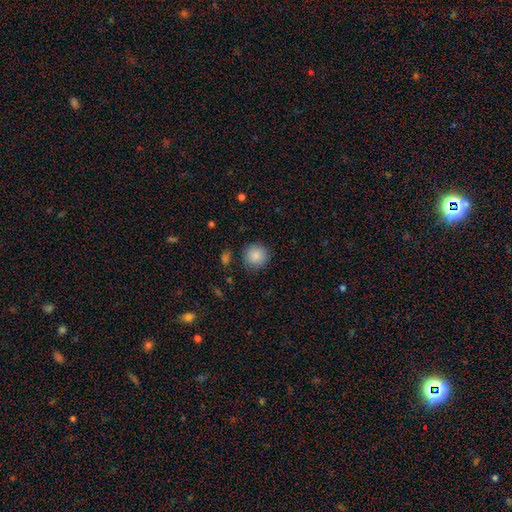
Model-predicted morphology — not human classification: smooth-or-featured: smooth: 88% | star or artifact: 8% | featured or disk: 4%
  how-rounded: round: 93% | in between: 6% | cigar-shaped: 1%
  merging: none: 87% | minor disturbance: 8% | major disturbance: 3% | merger: 2%